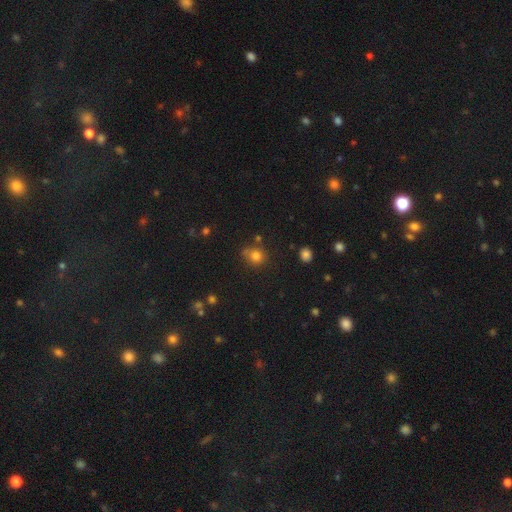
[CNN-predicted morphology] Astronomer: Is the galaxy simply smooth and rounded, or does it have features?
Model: smooth — 80%.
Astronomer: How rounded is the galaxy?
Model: round — 78%.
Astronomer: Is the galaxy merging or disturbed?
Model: none — 66%.